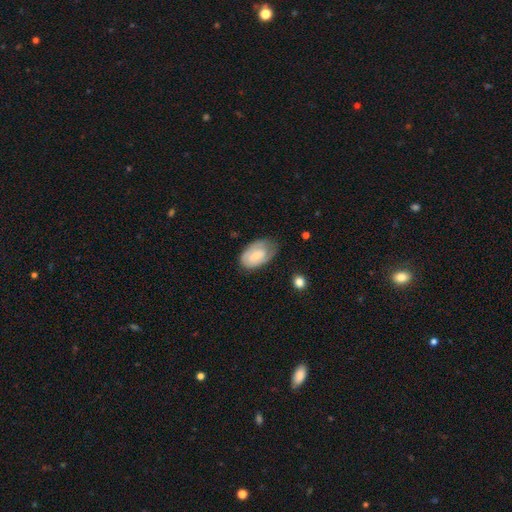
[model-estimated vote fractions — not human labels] This is possibly a smooth galaxy (52%). How rounded: clearly in between (90%). Merging: possibly none (57%).